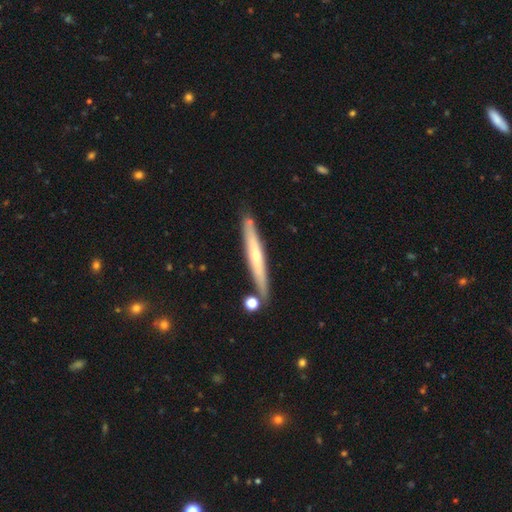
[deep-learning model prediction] This is possibly a featured or disk galaxy (56%). It is clearly viewed edge-on (93%). Edge-on bulge: likely rounded (61%). Merging: clearly none (84%).